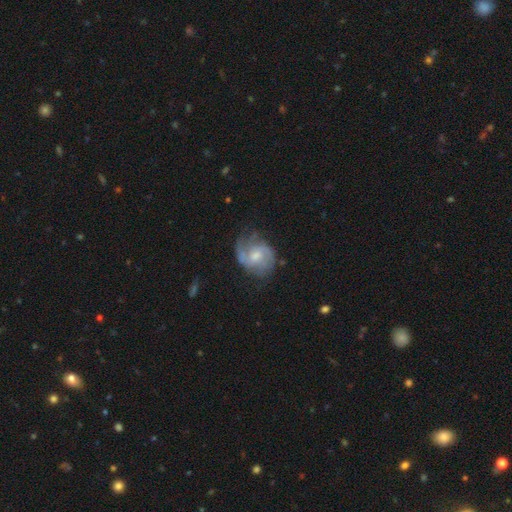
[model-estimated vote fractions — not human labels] The model was most divided on "bar": no: 48%, weak: 45%, strong: 7%. Remaining: edge-on disk — no (98%); spiral arms — yes (91%); smooth or featured — featured or disk (74%); spiral arm count — 2 (64%); merging — none (57%); bulge size — moderate (49%); spiral winding — medium (48%).